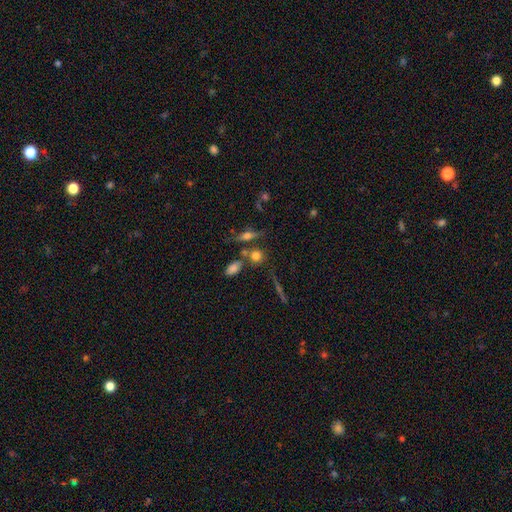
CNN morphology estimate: This appears to be a smooth galaxy with no disk features (67%) that is round (63%). Merging: none (64%).